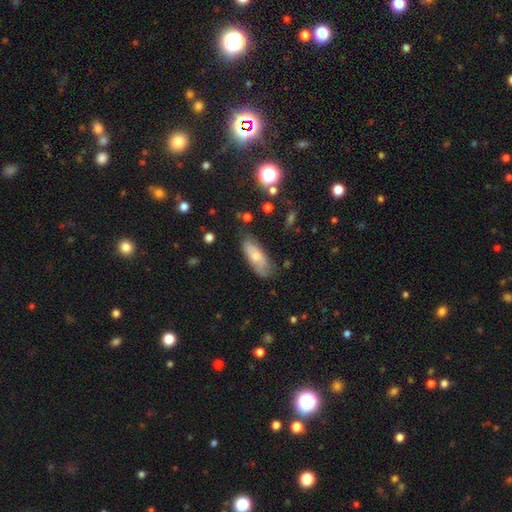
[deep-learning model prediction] A smooth galaxy with no disk features (62%) that is in between round and cigar-shaped (77%). Merging: none (64%).